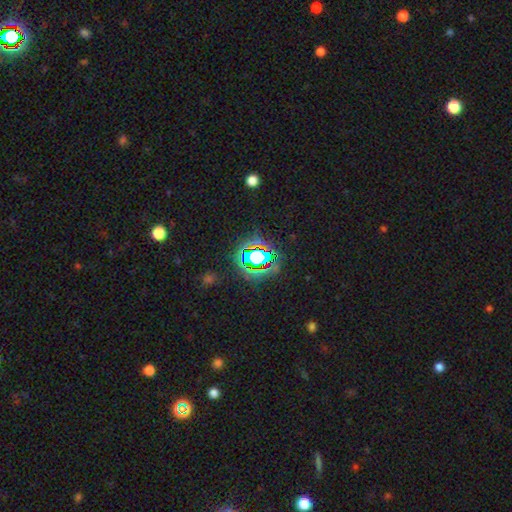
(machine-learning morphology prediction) smooth_or_featured: star or artifact (p=0.66) [alt: smooth p=0.21]